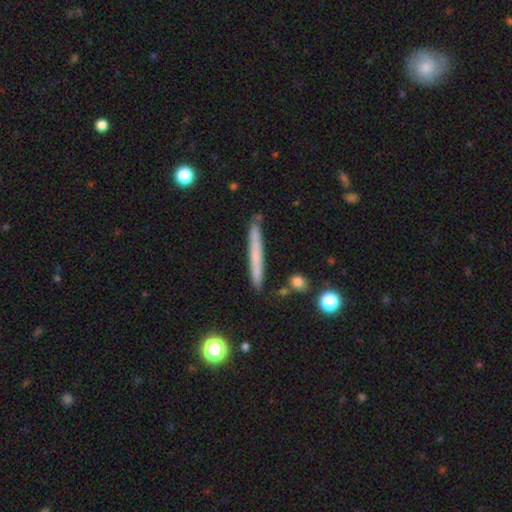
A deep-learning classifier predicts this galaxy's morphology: This appears to be a smooth galaxy with no disk features (62%) that is cigar-shaped (96%). Merging: none (83%).